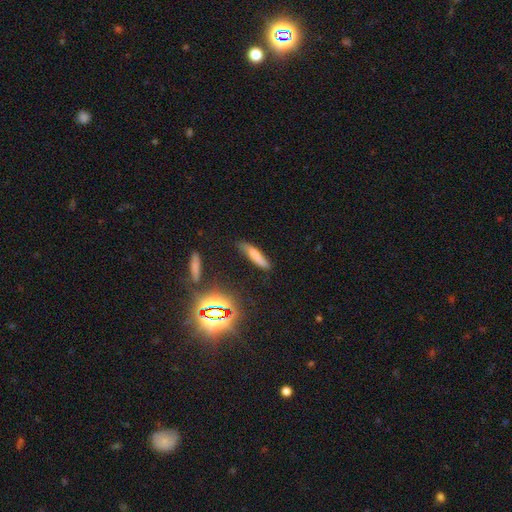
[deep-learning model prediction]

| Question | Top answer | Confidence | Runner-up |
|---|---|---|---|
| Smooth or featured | smooth | 67% | featured or disk (19%) |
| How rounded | cigar-shaped | 82% | in between (16%) |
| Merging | none | 73% | minor disturbance (19%) |